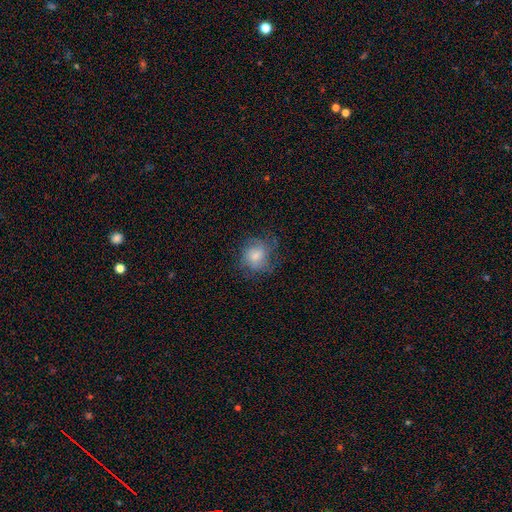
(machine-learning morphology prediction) Smooth or featured: smooth — 61% (featured or disk — 29%)
How rounded: round — 74% (in between — 25%)
Merging: none — 61% (minor disturbance — 22%)